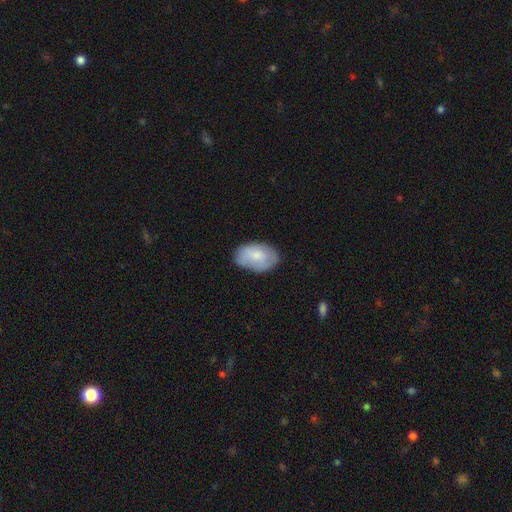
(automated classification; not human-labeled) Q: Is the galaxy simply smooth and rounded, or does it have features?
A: smooth — 75%.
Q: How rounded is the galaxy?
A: in between — 91%.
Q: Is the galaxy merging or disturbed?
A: none — 71%.